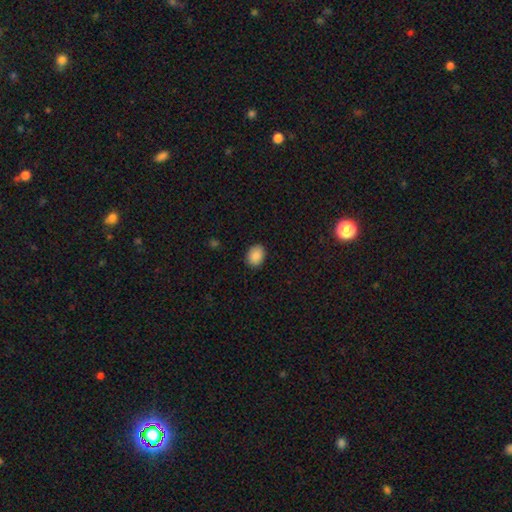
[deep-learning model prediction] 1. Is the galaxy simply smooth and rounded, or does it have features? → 88% smooth, 8% star or artifact, 4% featured or disk.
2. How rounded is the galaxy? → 61% in between, 38% round, 1% cigar-shaped.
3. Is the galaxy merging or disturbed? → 88% none, 9% minor disturbance, 2% major disturbance, 1% merger.